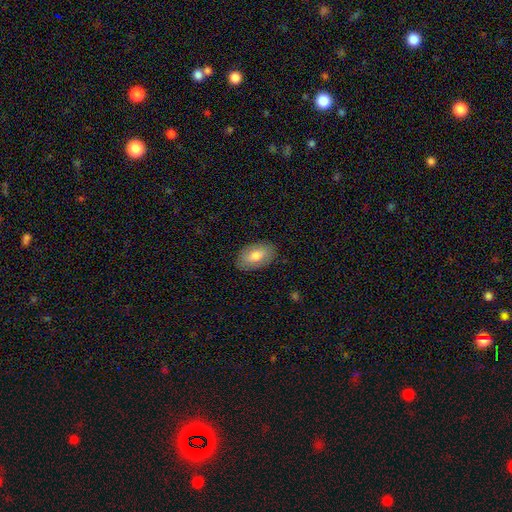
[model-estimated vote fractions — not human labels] Morphology: type=smooth (74%); roundness=in between (93%); merging=none (85%).